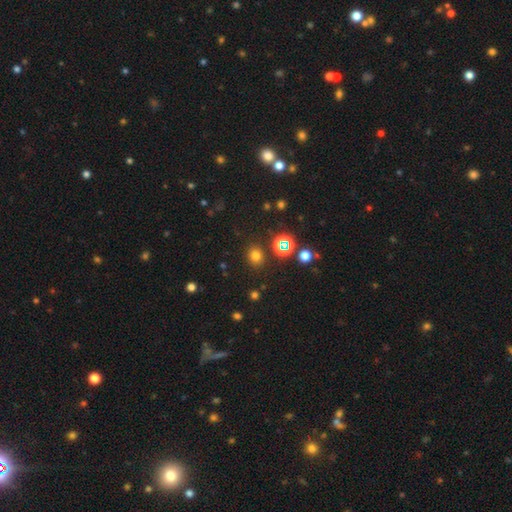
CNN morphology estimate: Smooth or featured: smooth — 71% (star or artifact — 23%)
How rounded: round — 71% (in between — 28%)
Merging: none — 86% (minor disturbance — 8%)